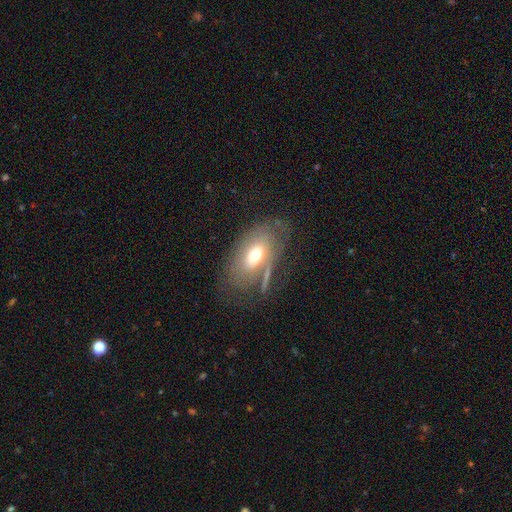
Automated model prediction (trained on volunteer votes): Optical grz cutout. It shows a smooth galaxy with no disk features (54%) that is in between round and cigar-shaped (86%). Merging: none (61%).